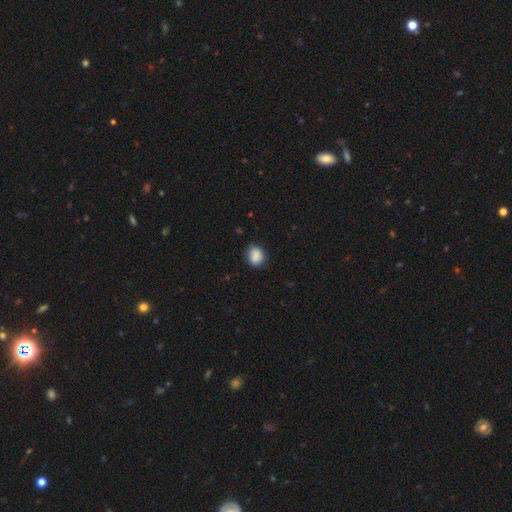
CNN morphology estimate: Smooth or featured? Predicted: smooth (p=0.86). How rounded? Predicted: round (p=0.63). Merging? Predicted: none (p=0.76).